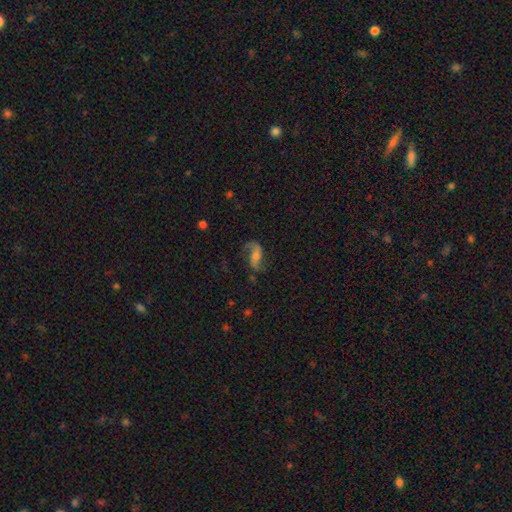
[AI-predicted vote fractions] featured or disk 79%, smooth 13%, star or artifact 8%. Down the decision tree: edge-on disk — no (96%); bar — no (42%); spiral arms — yes (94%); spiral arm count — 2 (88%); spiral winding — loose (67%); bulge size — moderate (43%); merging — none (68%).